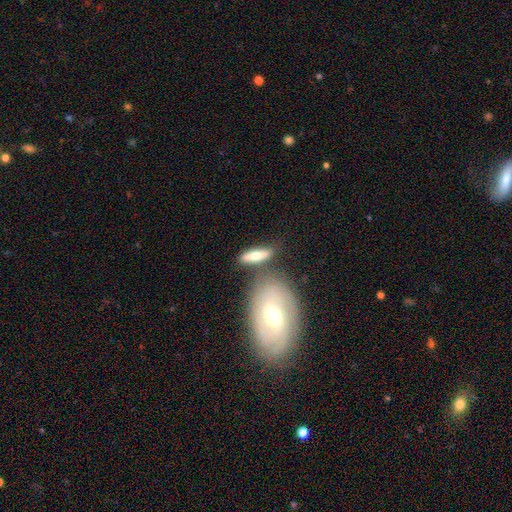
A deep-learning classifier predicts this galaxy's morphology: smooth_or_featured: smooth (p=0.63) [alt: featured or disk p=0.30]
how_rounded: in between (p=0.49) [alt: cigar-shaped p=0.47]
merging: none (p=0.62) [alt: merger p=0.16]